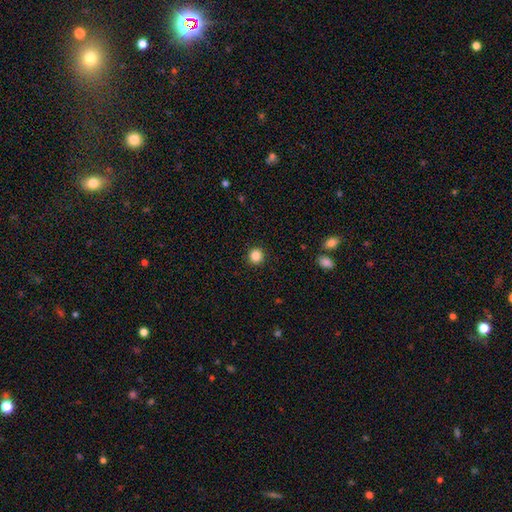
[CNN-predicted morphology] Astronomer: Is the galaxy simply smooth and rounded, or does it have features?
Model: smooth — 86%.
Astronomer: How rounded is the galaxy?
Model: round — 93%.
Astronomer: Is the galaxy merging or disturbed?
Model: none — 93%.